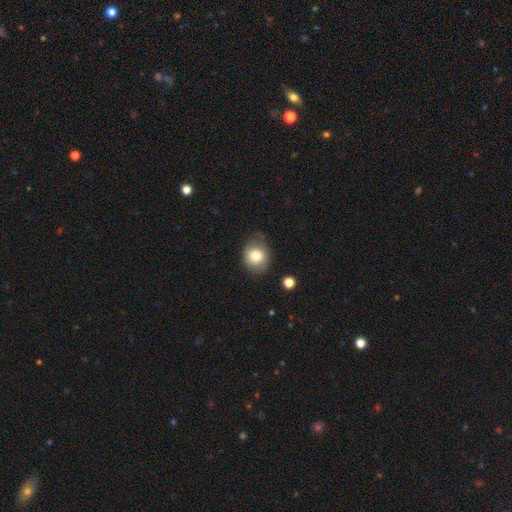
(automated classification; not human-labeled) Overall: smooth (78%). How rounded: round (65%; in between 34%). Merging: none (71%).